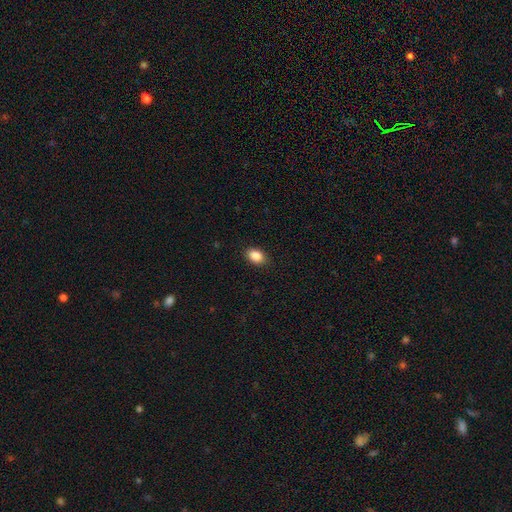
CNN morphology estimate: Smooth or featured?
  - smooth: 88% *
  - star or artifact: 8%
  - featured or disk: 4%
How rounded?
  - in between: 81% *
  - round: 18%
  - cigar-shaped: 1%
Merging?
  - none: 88% *
  - minor disturbance: 9%
  - major disturbance: 2%
  - merger: 1%